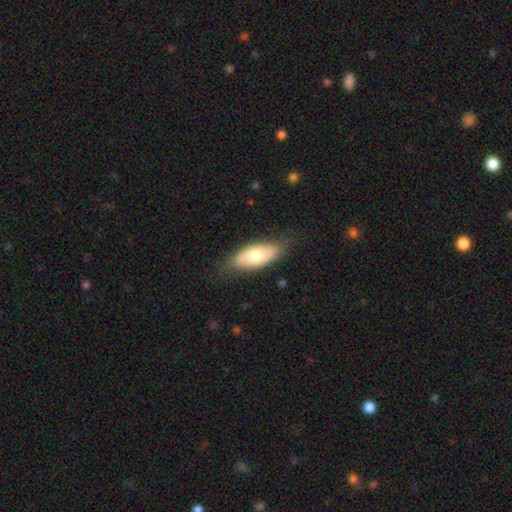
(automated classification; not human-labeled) Smooth or featured? smooth (67%)
How rounded? in between (85%)
Merging? none (77%)